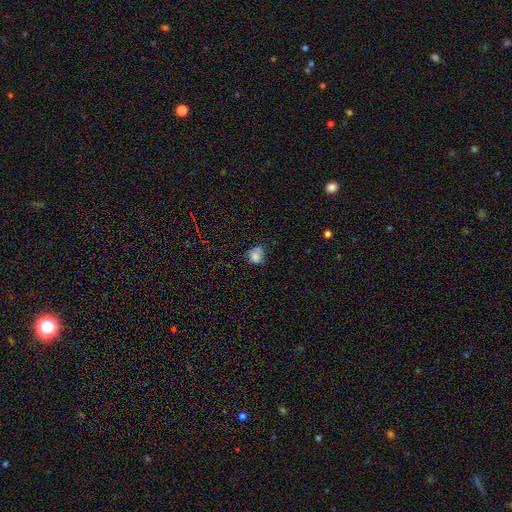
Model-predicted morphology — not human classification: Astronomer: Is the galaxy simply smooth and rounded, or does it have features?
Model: smooth — 76%.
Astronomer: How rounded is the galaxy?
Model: round — 65%.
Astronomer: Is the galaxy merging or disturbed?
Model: none — 52% (runner-up: minor disturbance, 30%).